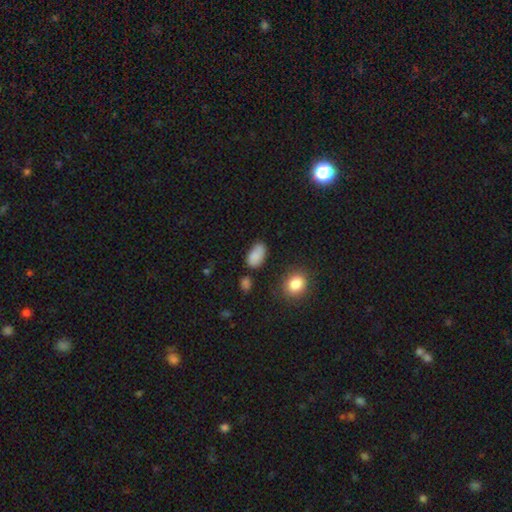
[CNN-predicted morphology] The model was most divided on "merging": none: 64%, minor disturbance: 25%, major disturbance: 7%, merger: 4%. More confident: how rounded — in between (91%); smooth or featured — smooth (84%).